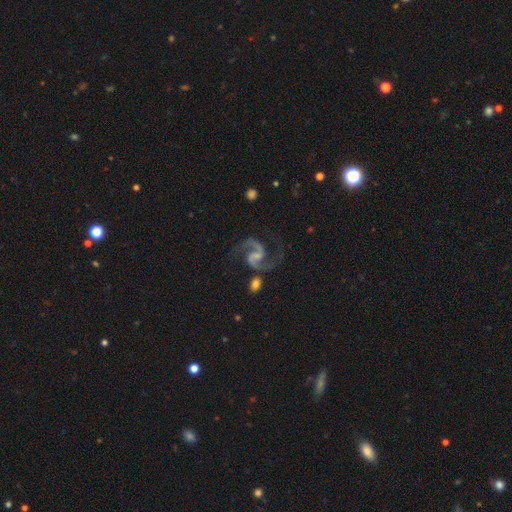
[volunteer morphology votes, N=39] Smooth or featured?
  - featured or disk: 95% *
  - smooth: 3%
  - star or artifact: 3%
Edge-on disk?
  - no: 97% *
  - yes: 3%
Bar?
  - weak: 53% *
  - no: 44%
  - strong: 3%
Spiral arms?
  - yes: 97% *
  - no: 3%
Spiral winding?
  - medium: 60% *
  - loose: 37%
  - tight: 3%
Spiral arm count?
  - 2: 100% *
  - 1: 0%
  - 3: 0%
  - 4: 0%
  - more than 4: 0%
  - can't tell: 0%
Bulge size?
  - small: 42% *
  - moderate: 31%
  - none: 28%
  - dominant: 0%
  - large: 0%
Merging?
  - none: 61% *
  - minor disturbance: 24%
  - major disturbance: 16%
  - merger: 0%